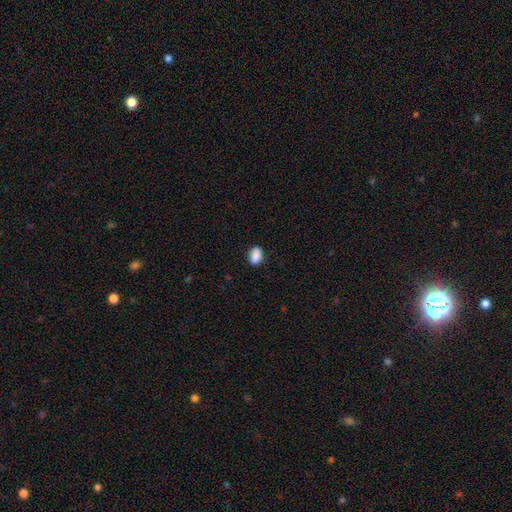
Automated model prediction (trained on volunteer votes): A smooth galaxy with no disk features (89%) that is in between round and cigar-shaped (88%).

Vote fractions:
- Smooth or featured? smooth: 89% / star or artifact: 8% / featured or disk: 3%
- How rounded? in between: 88% / round: 9% / cigar-shaped: 2%
- Merging? none: 87% / minor disturbance: 10% / major disturbance: 2% / merger: 1%